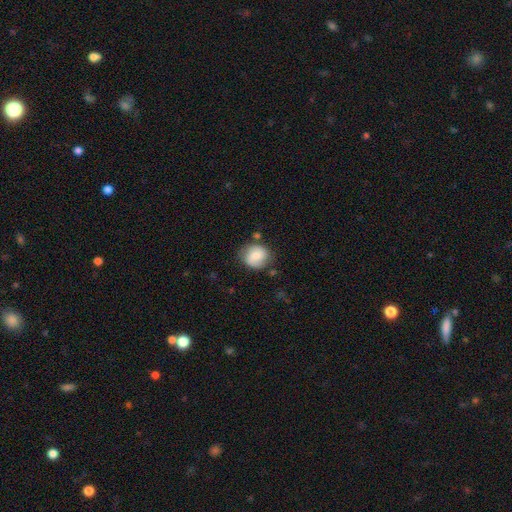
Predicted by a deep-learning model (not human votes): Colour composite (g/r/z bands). It shows a smooth galaxy with no disk features (59%) that is round (78%). Merging: none (71%).